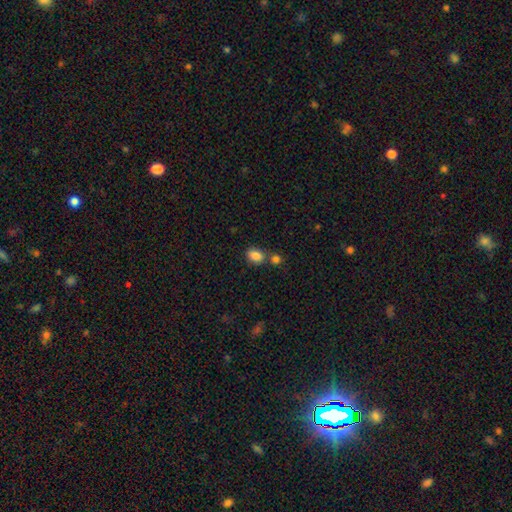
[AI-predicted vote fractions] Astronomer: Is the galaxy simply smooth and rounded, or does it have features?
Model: smooth — 85%.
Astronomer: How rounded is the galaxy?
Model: in between — 76%.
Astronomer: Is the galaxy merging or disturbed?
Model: none — 56%.